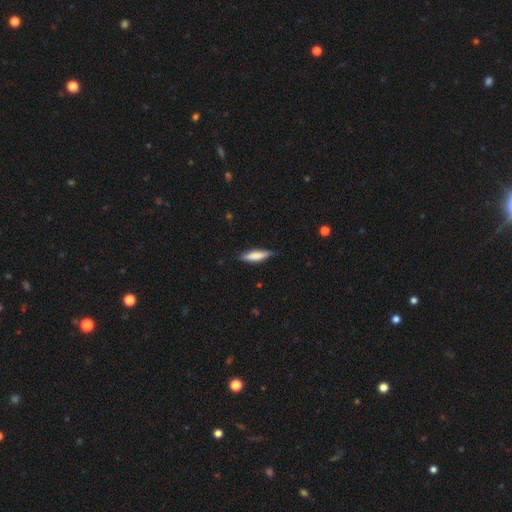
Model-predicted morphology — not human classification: Smooth or featured: smooth — 74% (featured or disk — 20%)
How rounded: cigar-shaped — 69% (in between — 30%)
Merging: none — 82% (minor disturbance — 14%)